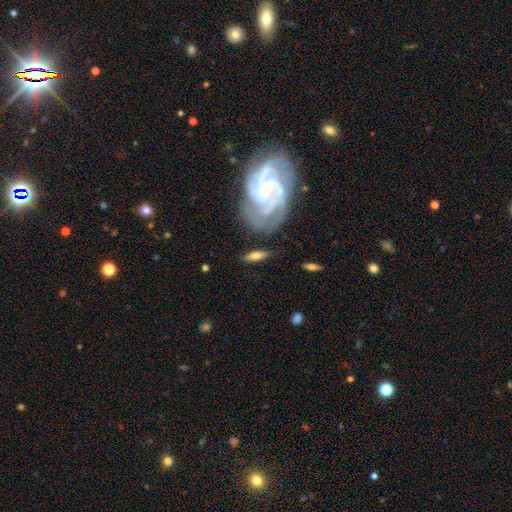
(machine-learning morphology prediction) This appears to be a smooth galaxy with no disk features (50%) that is in between round and cigar-shaped (56%). Merging: none (73%).